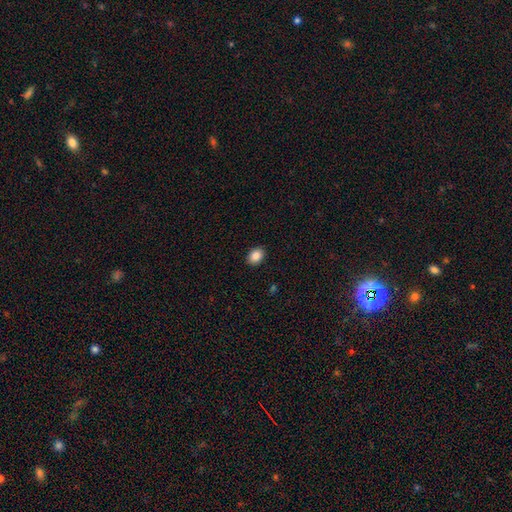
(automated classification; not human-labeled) smooth_or_featured: smooth (p=0.87) [alt: star or artifact p=0.09]
how_rounded: in between (p=0.68) [alt: round p=0.32]
merging: none (p=0.90) [alt: minor disturbance p=0.07]